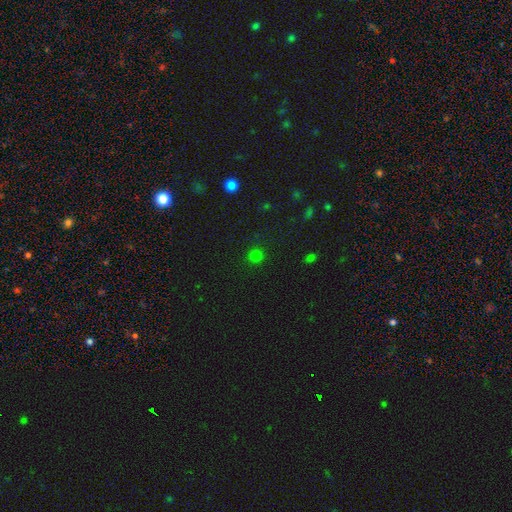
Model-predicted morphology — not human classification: smooth_or_featured: smooth (p=0.76) [alt: star or artifact p=0.21]
how_rounded: round (p=0.93) [alt: in between p=0.06]
merging: none (p=0.89) [alt: minor disturbance p=0.07]